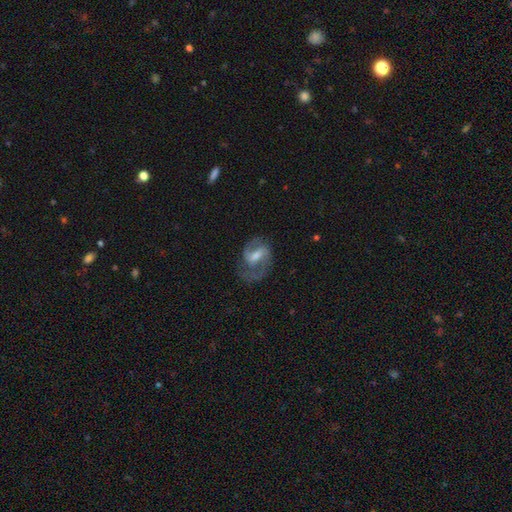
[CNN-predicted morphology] Smooth or featured? Predicted: featured or disk (p=0.80). Edge-on disk? Predicted: no (p=0.97). Bar? Predicted: weak (p=0.50). Spiral arms? Predicted: yes (p=0.92). Spiral winding? Predicted: medium (p=0.54). Spiral arm count? Predicted: 2 (p=0.80). Bulge size? Predicted: moderate (p=0.49). Merging? Predicted: none (p=0.63).